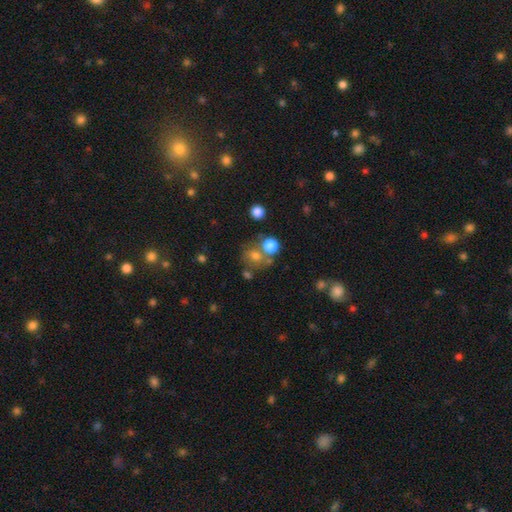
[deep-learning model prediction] Smooth or featured?
  - smooth: 69% *
  - star or artifact: 18%
  - featured or disk: 13%
How rounded?
  - round: 79% *
  - in between: 20%
  - cigar-shaped: 1%
Merging?
  - none: 57% *
  - merger: 26%
  - minor disturbance: 12%
  - major disturbance: 6%